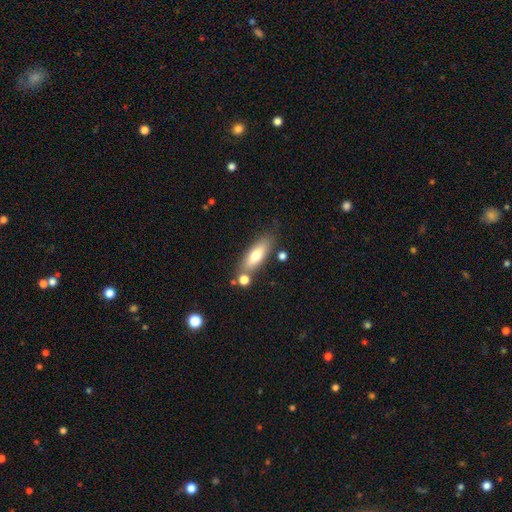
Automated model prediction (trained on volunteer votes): A smooth galaxy with no disk features (73%) that is in between round and cigar-shaped (59%). Merging: none (71%).